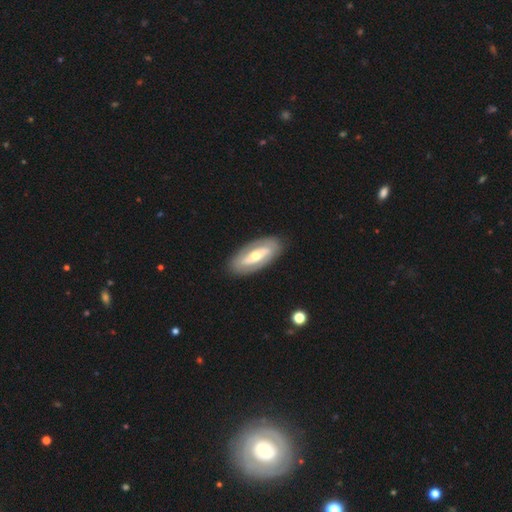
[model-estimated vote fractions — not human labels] This appears to be a featured or disk galaxy (66%) with no bar (44%), no spiral arms (57%) and a moderate central bulge (65%). Merging: none (86%).